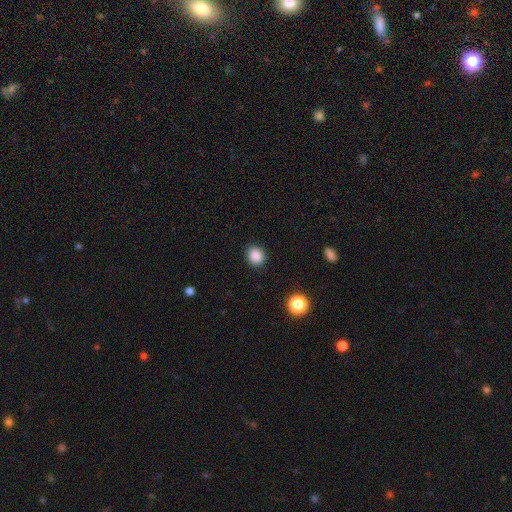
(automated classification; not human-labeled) The model was most divided on "how rounded": round: 75%, in between: 24%, cigar-shaped: 1%. More confident: merging — none (89%); smooth or featured — smooth (87%).